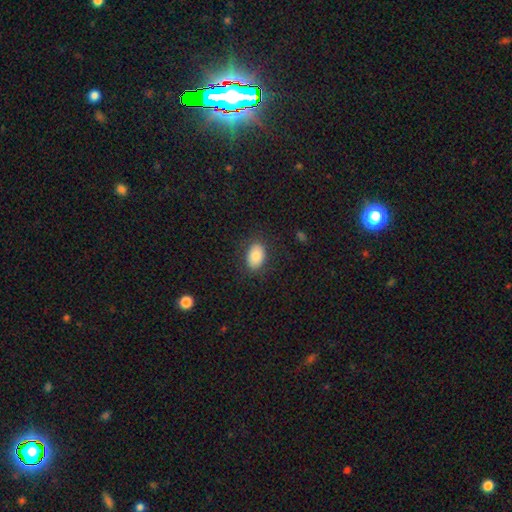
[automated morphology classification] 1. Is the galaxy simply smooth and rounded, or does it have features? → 83% smooth, 9% featured or disk, 8% star or artifact.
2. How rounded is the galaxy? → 85% in between, 14% round, 1% cigar-shaped.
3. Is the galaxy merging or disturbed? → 84% none, 11% minor disturbance, 4% major disturbance, 1% merger.